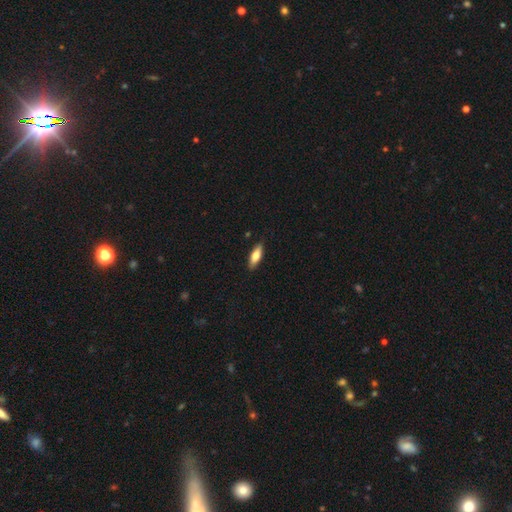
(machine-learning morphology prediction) The model was most divided on "how rounded": in between: 59%, cigar-shaped: 39%, round: 2%. More confident: merging — none (87%); smooth or featured — smooth (75%).